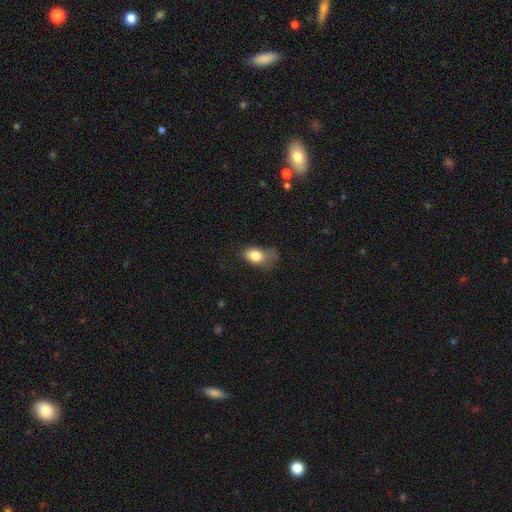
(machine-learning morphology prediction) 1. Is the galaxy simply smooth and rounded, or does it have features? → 80% smooth, 11% featured or disk, 9% star or artifact.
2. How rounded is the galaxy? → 81% in between, 17% round, 2% cigar-shaped.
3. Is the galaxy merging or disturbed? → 34% minor disturbance, 32% major disturbance, 30% none, 3% merger.